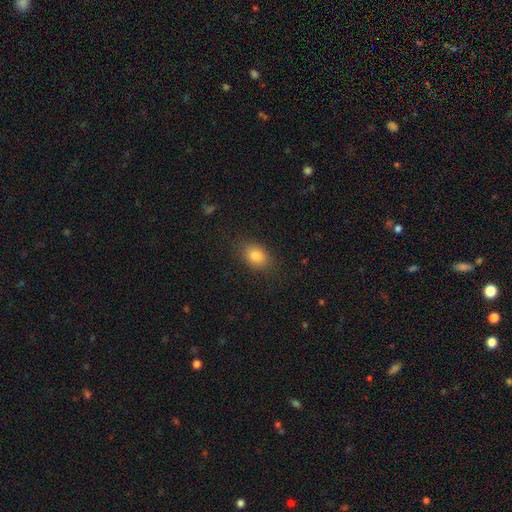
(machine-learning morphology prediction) Smooth or featured? Predicted: smooth (p=0.82). How rounded? Predicted: in between (p=0.76). Merging? Predicted: none (p=0.83).